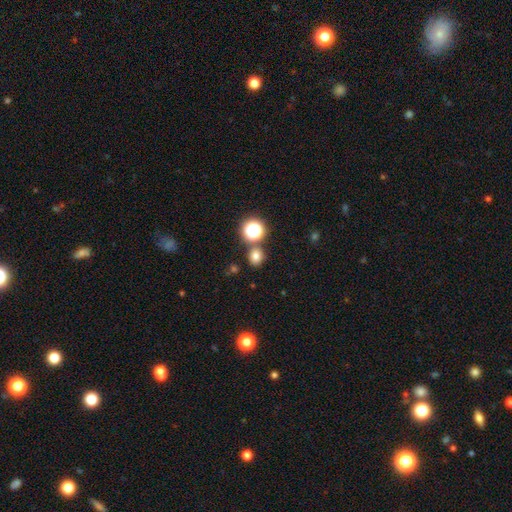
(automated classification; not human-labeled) Overall: smooth (73%). How rounded: round (76%). Merging: none (79%).